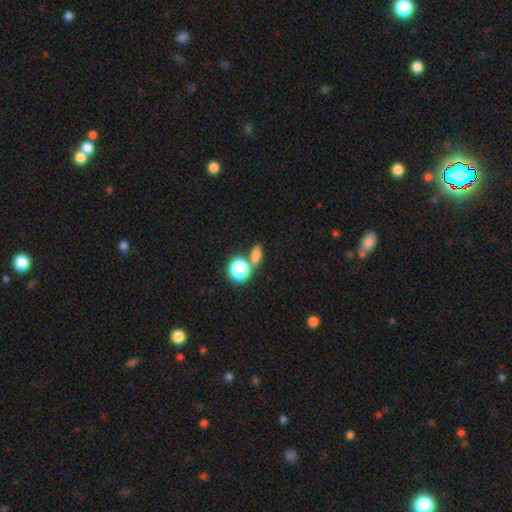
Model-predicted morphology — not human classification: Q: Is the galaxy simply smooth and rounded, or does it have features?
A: smooth — 73%.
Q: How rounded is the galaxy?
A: in between — 59%.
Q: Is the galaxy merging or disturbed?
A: none — 66%.